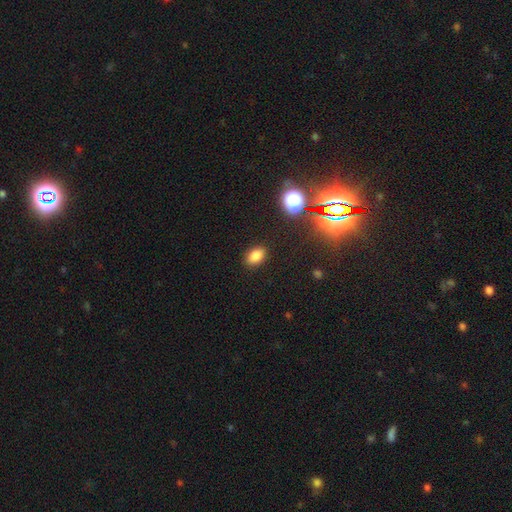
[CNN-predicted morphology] Q: Smooth or featured?
A: smooth (82%); runner-up: star or artifact (13%)
Q: How rounded?
A: in between (86%); runner-up: round (12%)
Q: Merging?
A: none (86%); runner-up: minor disturbance (10%)